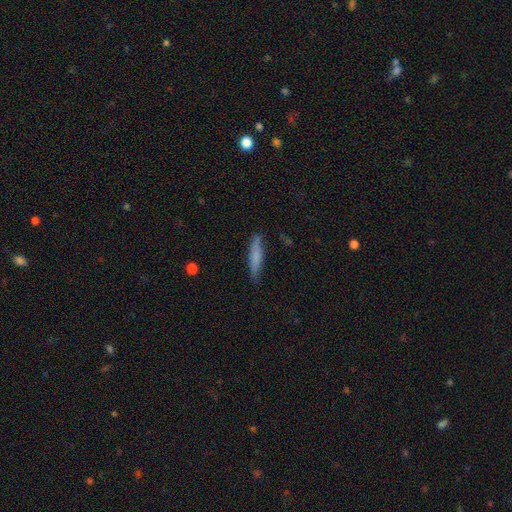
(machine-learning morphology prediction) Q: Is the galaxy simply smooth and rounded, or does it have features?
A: smooth — 69%.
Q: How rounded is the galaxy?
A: cigar-shaped — 89%.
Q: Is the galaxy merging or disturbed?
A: none — 80%.